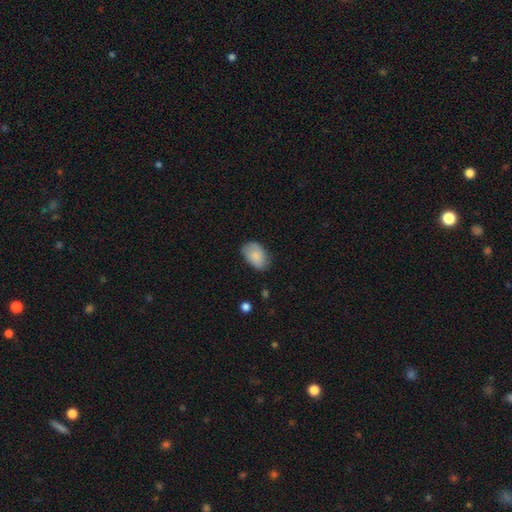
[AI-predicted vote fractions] Smooth or featured?
  - smooth: 85% *
  - featured or disk: 8%
  - star or artifact: 7%
How rounded?
  - in between: 88% *
  - round: 11%
  - cigar-shaped: 1%
Merging?
  - none: 68% *
  - minor disturbance: 25%
  - major disturbance: 5%
  - merger: 1%